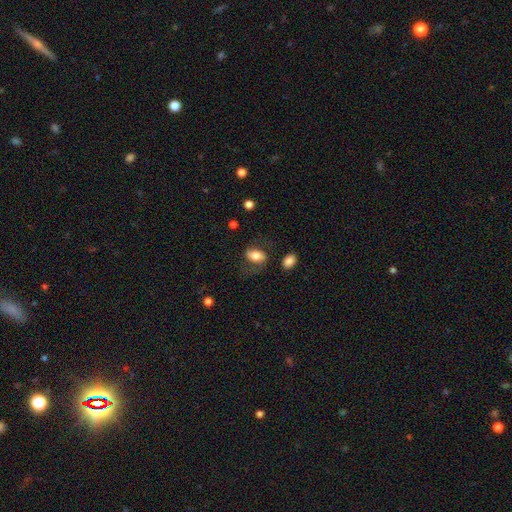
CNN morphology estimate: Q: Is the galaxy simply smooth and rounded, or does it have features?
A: smooth — 65%.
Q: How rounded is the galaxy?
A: in between — 88%.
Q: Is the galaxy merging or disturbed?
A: none — 60%.